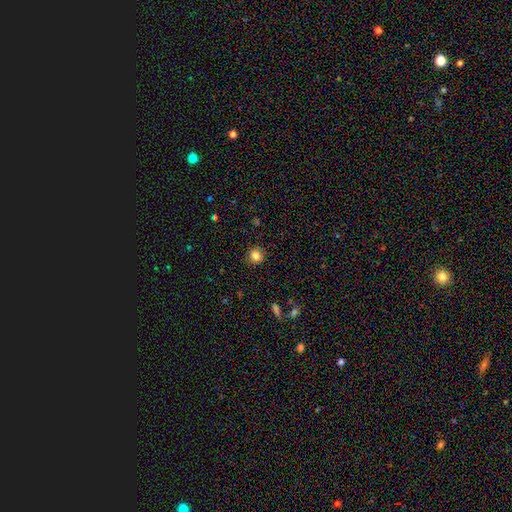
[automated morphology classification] Smooth or featured? smooth (83%)
How rounded? round (90%)
Merging? none (90%)